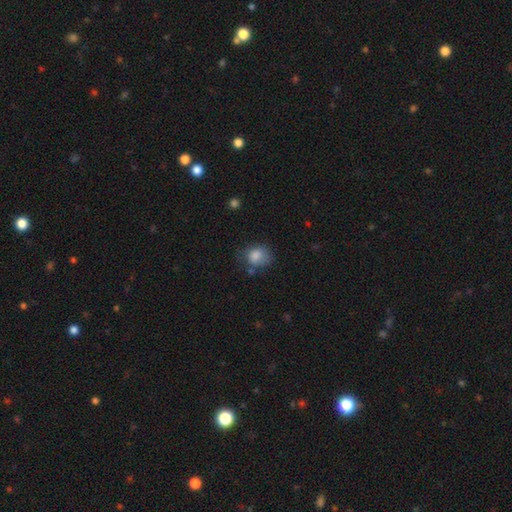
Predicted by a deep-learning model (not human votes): Smooth or featured? smooth (82%)
How rounded? round (57%)
Merging? none (52%)